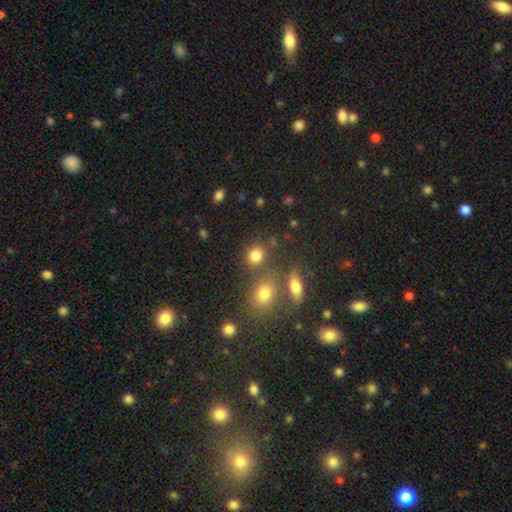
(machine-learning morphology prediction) smooth_or_featured: smooth (p=0.79) [alt: star or artifact p=0.14]
how_rounded: round (p=0.57) [alt: in between p=0.42]
merging: none (p=0.67) [alt: merger p=0.17]